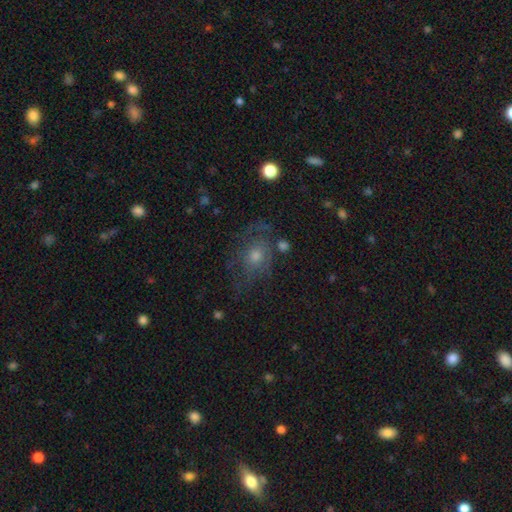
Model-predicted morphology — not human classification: smooth-or-featured: featured or disk: 49% | smooth: 35% | star or artifact: 16%
  merging: none: 58% | minor disturbance: 21% | major disturbance: 18% | merger: 3%